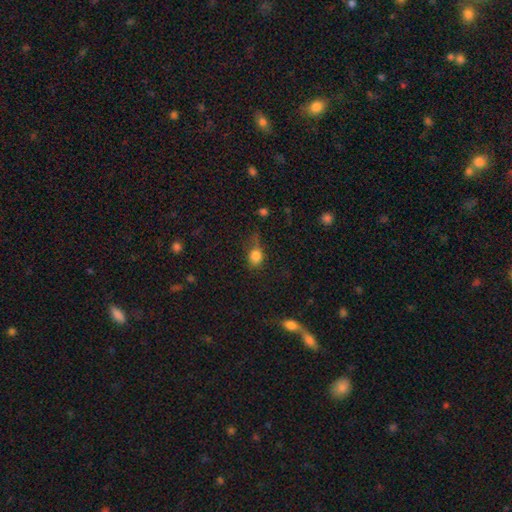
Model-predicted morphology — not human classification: Q: Smooth or featured?
A: smooth (81%); runner-up: star or artifact (11%)
Q: How rounded?
A: round (50%); runner-up: in between (47%)
Q: Merging?
A: none (48%); runner-up: minor disturbance (32%)